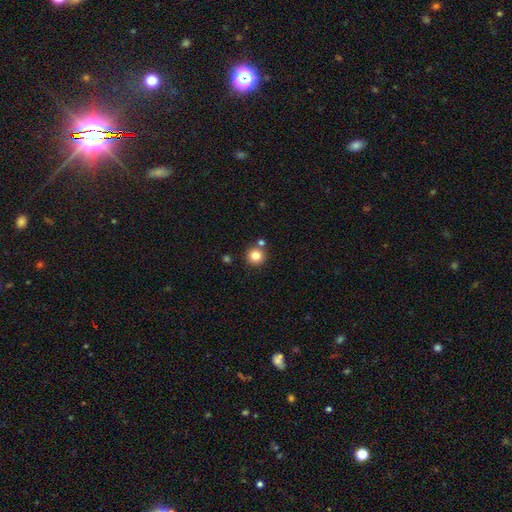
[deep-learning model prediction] Q: Smooth or featured?
A: smooth (82%); runner-up: star or artifact (11%)
Q: How rounded?
A: round (94%); runner-up: in between (5%)
Q: Merging?
A: none (79%); runner-up: merger (12%)